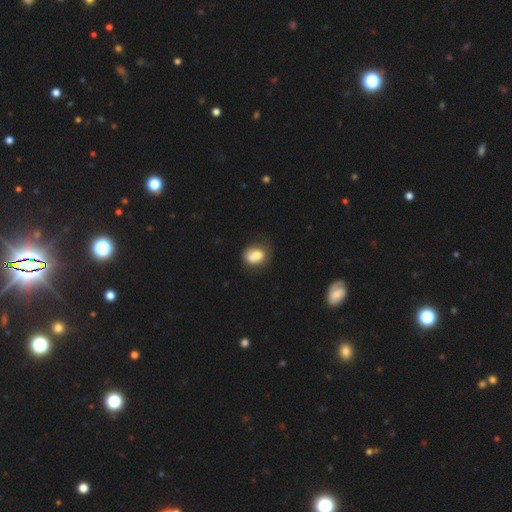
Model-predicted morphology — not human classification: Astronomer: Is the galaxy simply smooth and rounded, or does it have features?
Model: smooth — 70%.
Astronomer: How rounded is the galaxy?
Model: round — 52% (runner-up: in between, 47%).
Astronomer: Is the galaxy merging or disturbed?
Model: none — 38% (runner-up: merger, 28%).